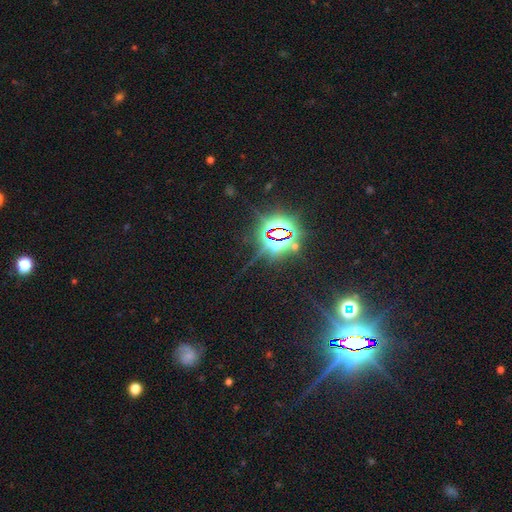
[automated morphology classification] Smooth or featured?
  - star or artifact: 85% *
  - smooth: 9%
  - featured or disk: 6%